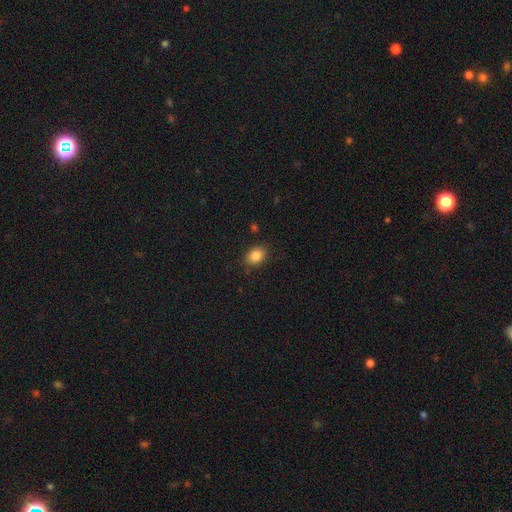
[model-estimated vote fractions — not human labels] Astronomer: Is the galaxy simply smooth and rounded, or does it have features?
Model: smooth — 85%.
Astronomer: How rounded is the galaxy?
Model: in between — 60% (runner-up: round, 39%).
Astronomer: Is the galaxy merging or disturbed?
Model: none — 85%.